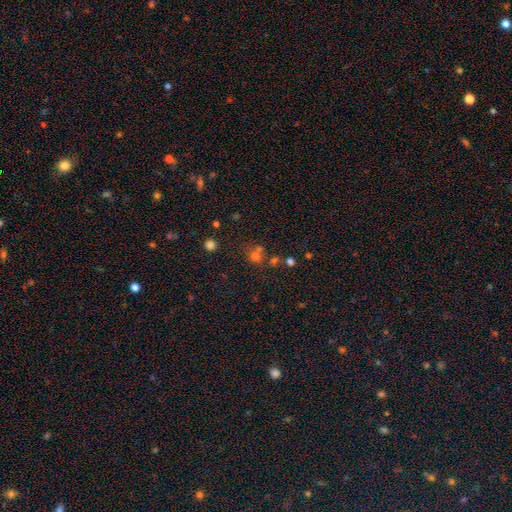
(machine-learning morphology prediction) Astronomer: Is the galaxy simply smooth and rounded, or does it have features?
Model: smooth — 59%.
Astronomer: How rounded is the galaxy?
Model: round — 84%.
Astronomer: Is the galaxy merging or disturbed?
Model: none — 55% (runner-up: merger, 31%).